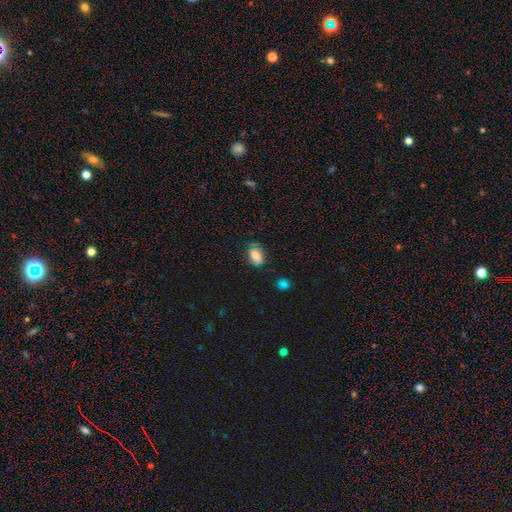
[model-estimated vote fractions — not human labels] smooth-or-featured: smooth: 75% | star or artifact: 14% | featured or disk: 10%
  how-rounded: in between: 77% | round: 21% | cigar-shaped: 2%
  merging: none: 70% | minor disturbance: 21% | major disturbance: 6% | merger: 3%